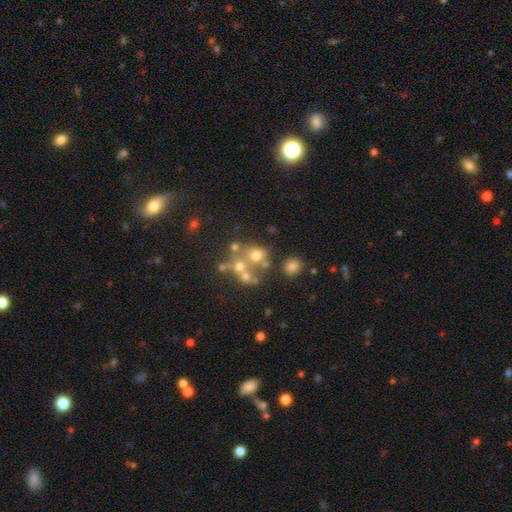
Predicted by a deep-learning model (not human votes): smooth-or-featured: smooth: 52% | featured or disk: 27% | star or artifact: 22%
  how-rounded: round: 76% | in between: 22% | cigar-shaped: 1%
  merging: none: 43% | merger: 40% | minor disturbance: 10% | major disturbance: 8%